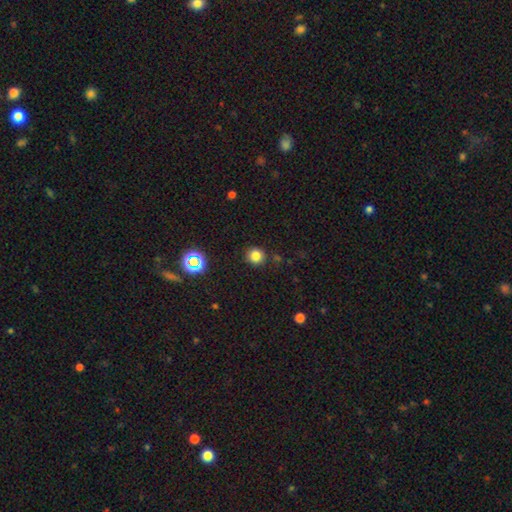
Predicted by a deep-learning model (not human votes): This appears to be a smooth galaxy with no disk features (79%) that is round (92%). Merging: none (88%).